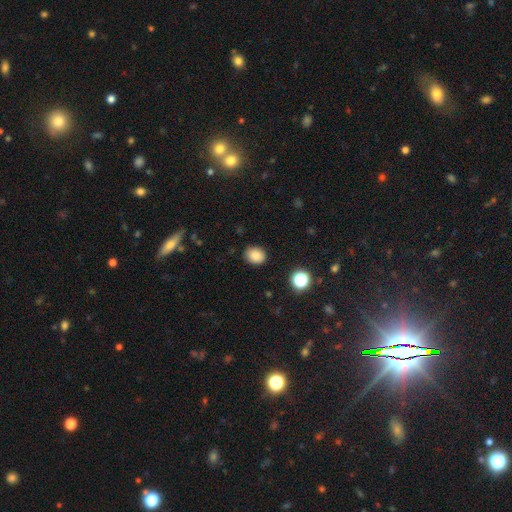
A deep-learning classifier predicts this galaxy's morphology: A smooth galaxy with no disk features (85%) that is round (62%).

Vote fractions:
- Smooth or featured? smooth: 85% / star or artifact: 11% / featured or disk: 4%
- How rounded? round: 62% / in between: 37% / cigar-shaped: 1%
- Merging? none: 86% / minor disturbance: 10% / major disturbance: 3% / merger: 1%